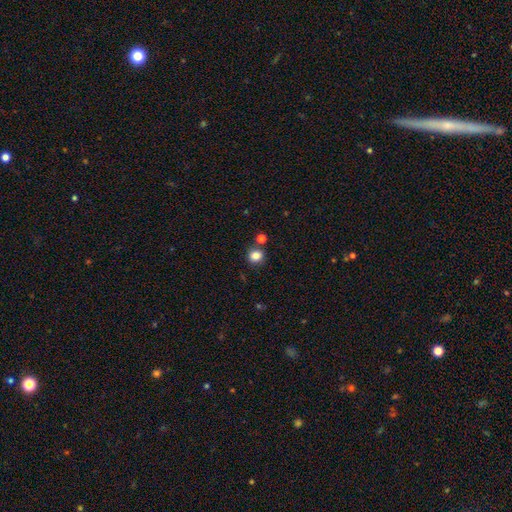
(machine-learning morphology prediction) smooth-or-featured: smooth: 83% | star or artifact: 12% | featured or disk: 5%
  how-rounded: round: 88% | in between: 11% | cigar-shaped: 1%
  merging: none: 81% | minor disturbance: 8% | merger: 8% | major disturbance: 3%